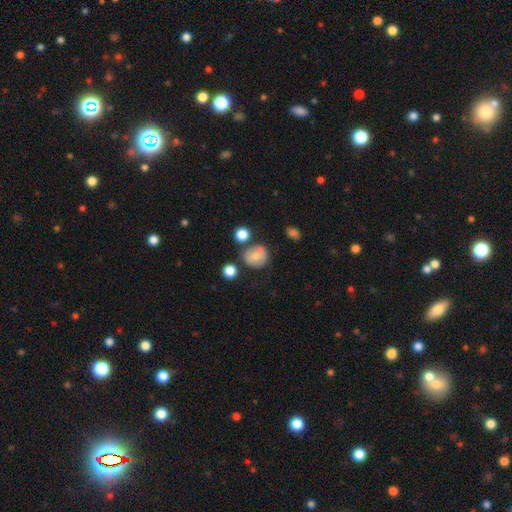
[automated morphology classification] Smooth or featured?
  - smooth: 68% *
  - featured or disk: 22%
  - star or artifact: 10%
How rounded?
  - round: 84% *
  - in between: 15%
  - cigar-shaped: 1%
Merging?
  - none: 65% *
  - minor disturbance: 18%
  - merger: 12%
  - major disturbance: 6%